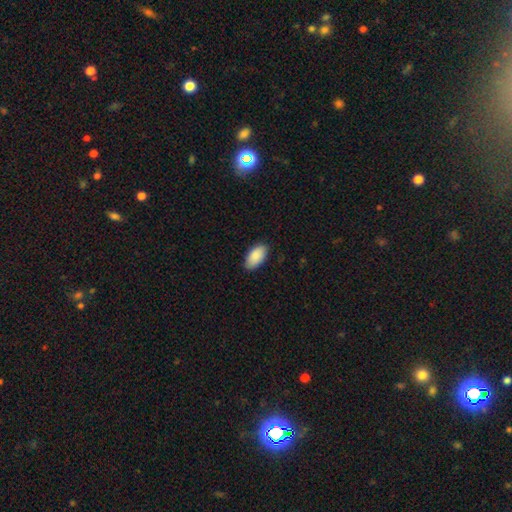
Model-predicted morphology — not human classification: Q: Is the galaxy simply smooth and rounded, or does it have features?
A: smooth — 90%.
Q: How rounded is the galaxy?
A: in between — 96%.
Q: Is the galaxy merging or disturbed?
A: none — 85%.